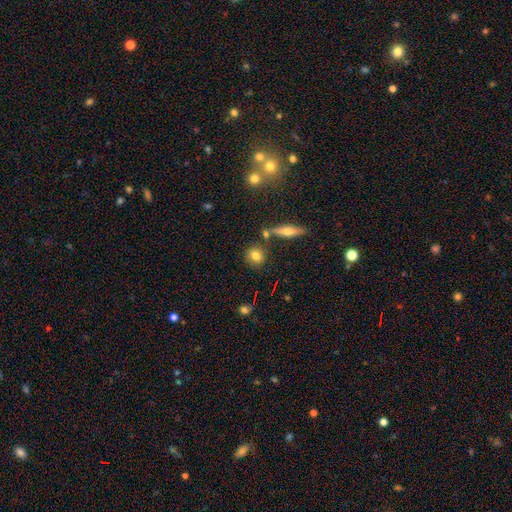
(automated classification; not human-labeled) smooth_or_featured: smooth (p=0.76) [alt: featured or disk p=0.13]
how_rounded: round (p=0.79) [alt: in between p=0.18]
merging: none (p=0.78) [alt: minor disturbance p=0.10]